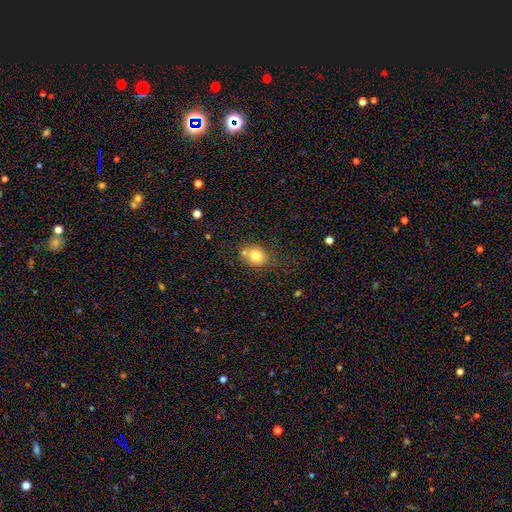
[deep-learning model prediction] Smooth or featured?
  - smooth: 78% *
  - featured or disk: 11%
  - star or artifact: 11%
How rounded?
  - round: 56% *
  - in between: 43%
  - cigar-shaped: 1%
Merging?
  - none: 64% *
  - minor disturbance: 17%
  - merger: 14%
  - major disturbance: 5%